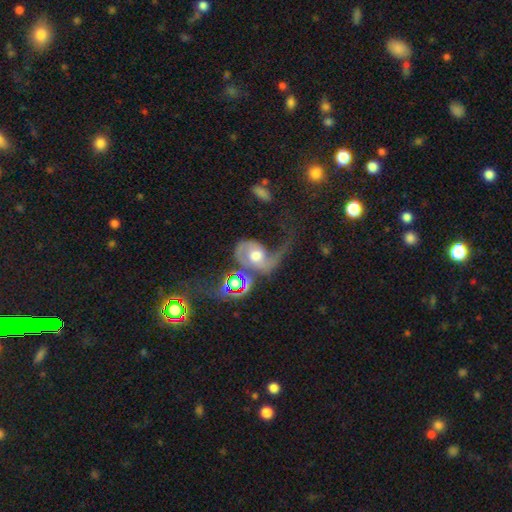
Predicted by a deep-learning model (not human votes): featured or disk 67%, smooth 23%, star or artifact 10%. Down the decision tree: edge-on disk — no (96%); bar — no (72%); spiral arms — yes (83%); spiral arm count — 1 (46%); spiral winding — loose (66%); bulge size — moderate (55%); merging — major disturbance (49%).